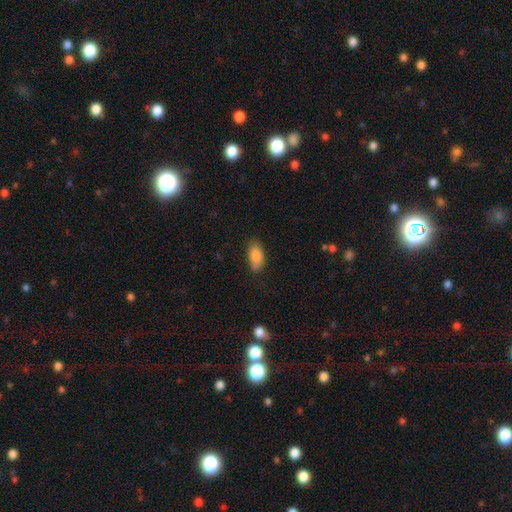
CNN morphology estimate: smooth_or_featured: smooth (p=0.83) [alt: featured or disk p=0.09]
how_rounded: in between (p=0.89) [alt: cigar-shaped p=0.07]
merging: none (p=0.68) [alt: minor disturbance p=0.23]